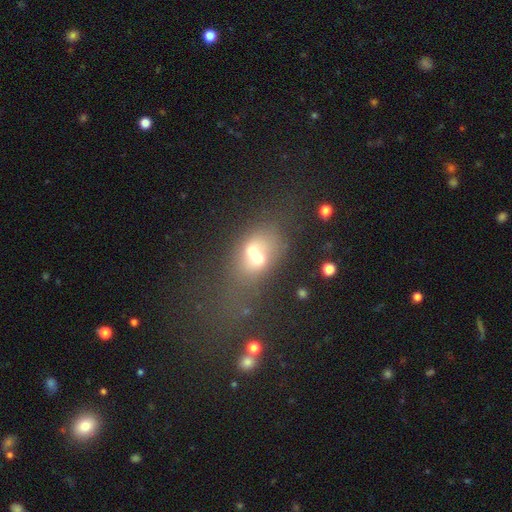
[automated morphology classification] A smooth galaxy with no disk features (54%) that is in between round and cigar-shaped (57%).

Vote fractions:
- Smooth or featured? smooth: 54% / featured or disk: 31% / star or artifact: 16%
- How rounded? in between: 57% / round: 41% / cigar-shaped: 2%
- Merging? merger: 62% / none: 21% / major disturbance: 9% / minor disturbance: 8%